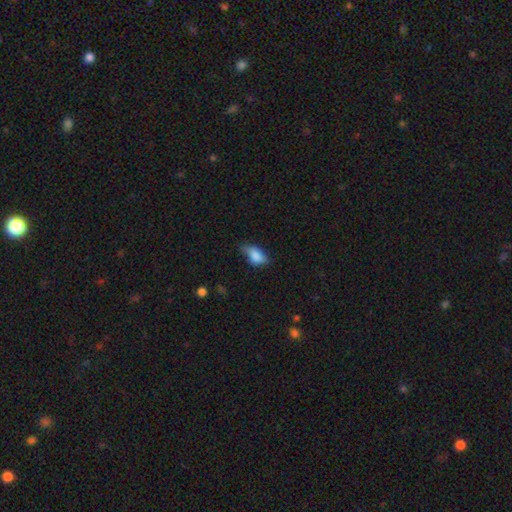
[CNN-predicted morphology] smooth 80%, featured or disk 12%, star or artifact 8%. Down the decision tree: how rounded — in between (88%); merging — none (43%).